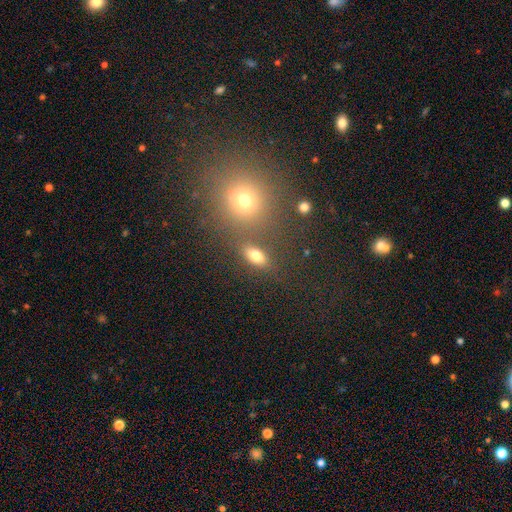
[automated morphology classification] Smooth or featured: smooth — 75% (star or artifact — 13%)
How rounded: in between — 78% (round — 15%)
Merging: none — 75% (minor disturbance — 10%)